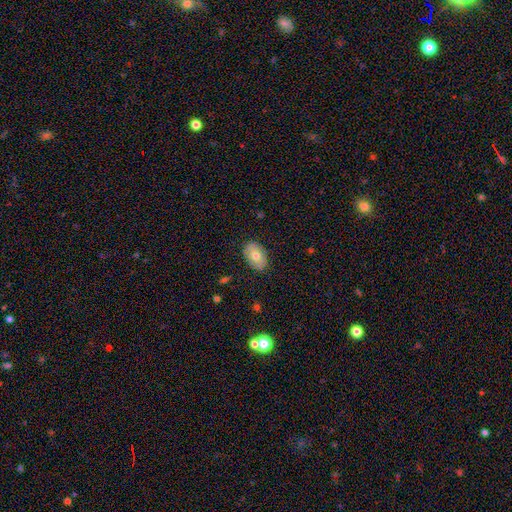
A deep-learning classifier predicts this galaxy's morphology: smooth_or_featured: smooth (p=0.69) [alt: featured or disk p=0.24]
how_rounded: in between (p=0.88) [alt: round p=0.11]
merging: none (p=0.85) [alt: minor disturbance p=0.12]